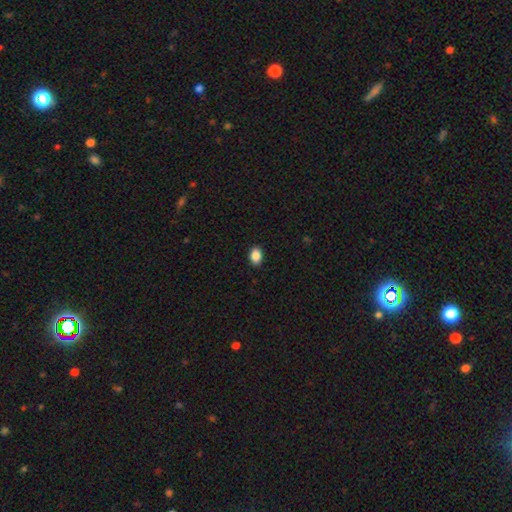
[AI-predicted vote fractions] The model was most divided on "how rounded": in between: 78%, round: 21%, cigar-shaped: 1%. More confident: merging — none (90%); smooth or featured — smooth (88%).